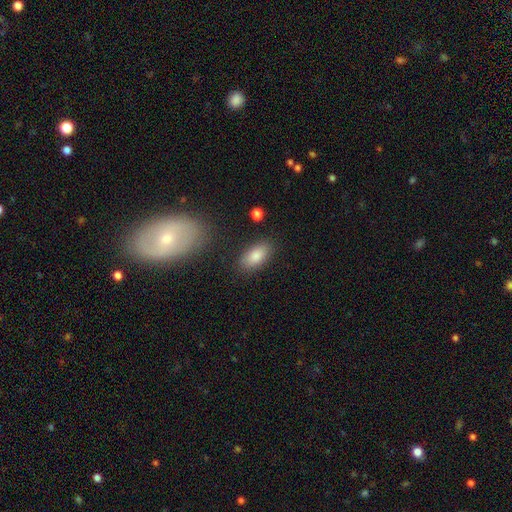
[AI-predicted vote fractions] Smooth or featured? Predicted: smooth (p=0.84). How rounded? Predicted: in between (p=0.91). Merging? Predicted: none (p=0.83).